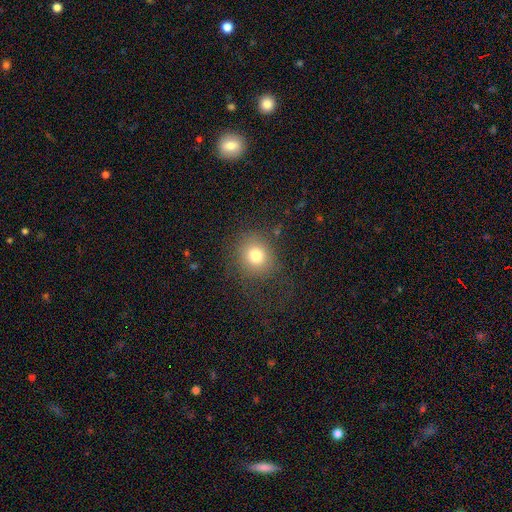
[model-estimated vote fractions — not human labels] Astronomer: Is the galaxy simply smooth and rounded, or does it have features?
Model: smooth — 77%.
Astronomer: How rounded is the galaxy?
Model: round — 80%.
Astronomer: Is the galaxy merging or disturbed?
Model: none — 76%.